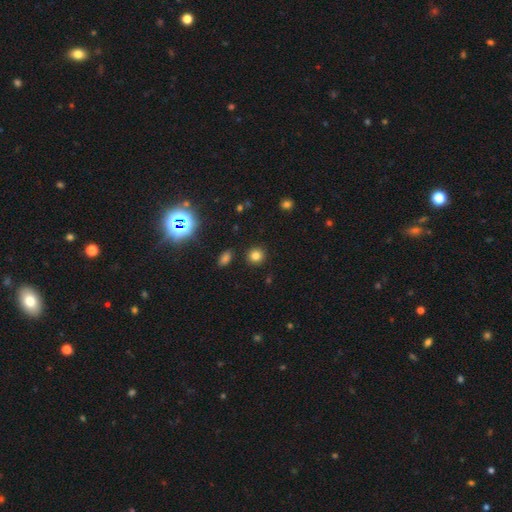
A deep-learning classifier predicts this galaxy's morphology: This is likely a smooth galaxy (80%). How rounded: clearly round (89%). Merging: clearly none (89%).